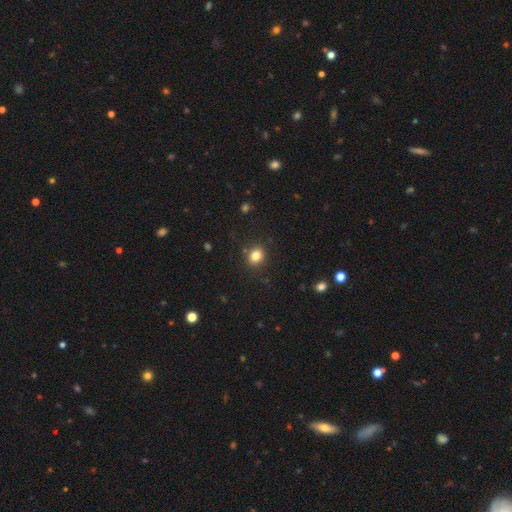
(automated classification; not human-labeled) Smooth or featured? smooth (82%)
How rounded? round (69%)
Merging? none (87%)